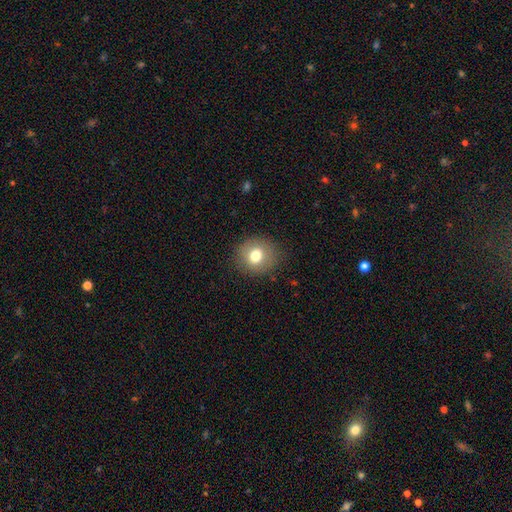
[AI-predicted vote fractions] A smooth galaxy with no disk features (76%) that is round (81%). Merging: none (87%).